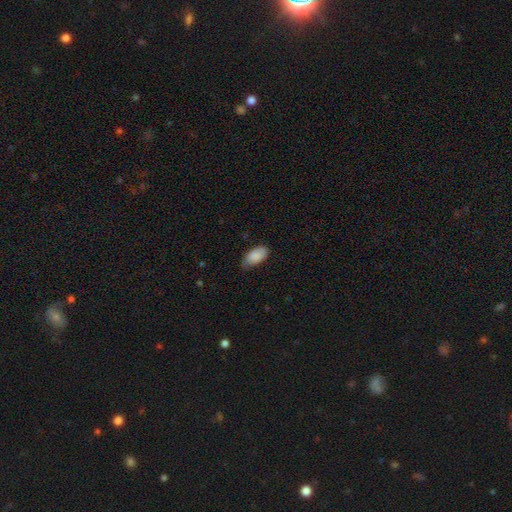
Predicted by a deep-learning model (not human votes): A smooth galaxy with no disk features (88%) that is in between round and cigar-shaped (94%). Merging: none (66%).